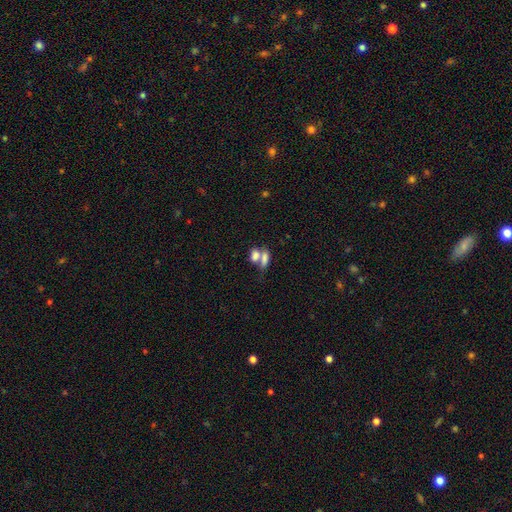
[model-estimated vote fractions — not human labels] This is likely a smooth galaxy (77%). How rounded: likely in between (79%). Merging: likely merger (61%).